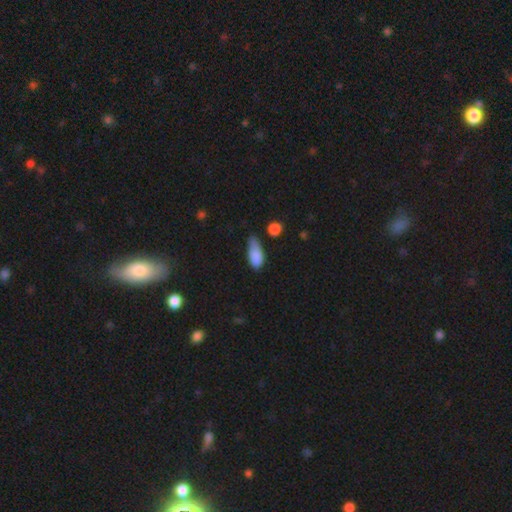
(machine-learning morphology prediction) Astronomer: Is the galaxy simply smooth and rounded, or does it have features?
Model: smooth — 84%.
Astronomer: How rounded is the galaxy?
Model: in between — 86%.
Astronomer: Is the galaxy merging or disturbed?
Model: minor disturbance — 48% (runner-up: none, 33%).